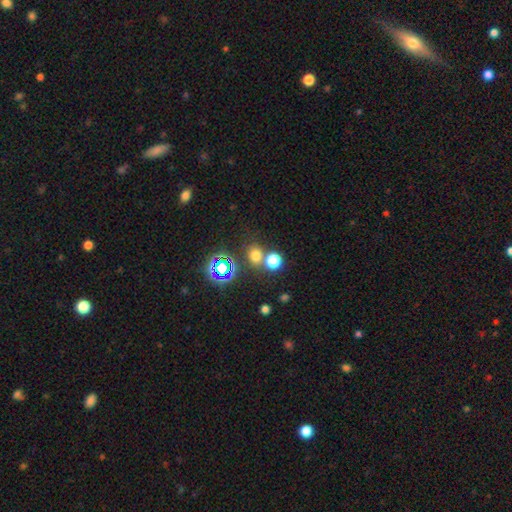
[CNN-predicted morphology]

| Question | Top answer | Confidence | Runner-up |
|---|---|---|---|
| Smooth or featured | smooth | 65% | star or artifact (28%) |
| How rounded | round | 74% | in between (25%) |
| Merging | none | 67% | merger (21%) |